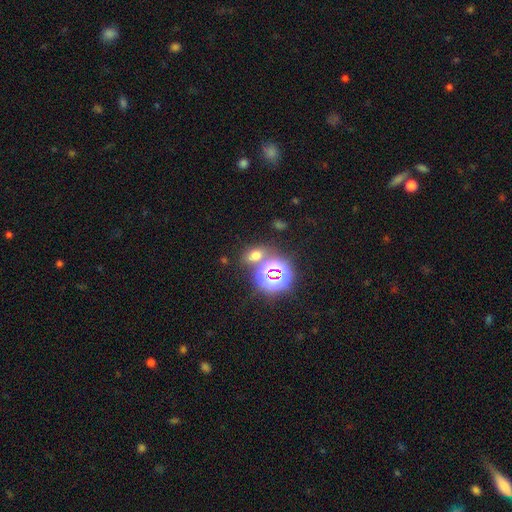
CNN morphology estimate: smooth_or_featured: smooth (p=0.56) [alt: star or artifact p=0.35]
how_rounded: in between (p=0.57) [alt: round p=0.41]
merging: none (p=0.71) [alt: merger p=0.15]